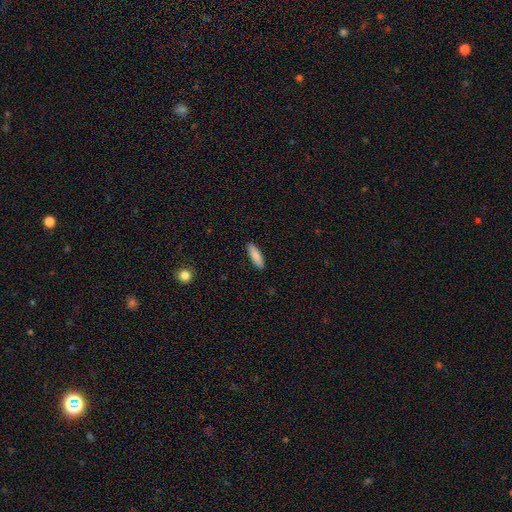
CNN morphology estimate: smooth 87%, featured or disk 7%, star or artifact 6%. Down the decision tree: how rounded — cigar-shaped (55%); merging — none (90%).